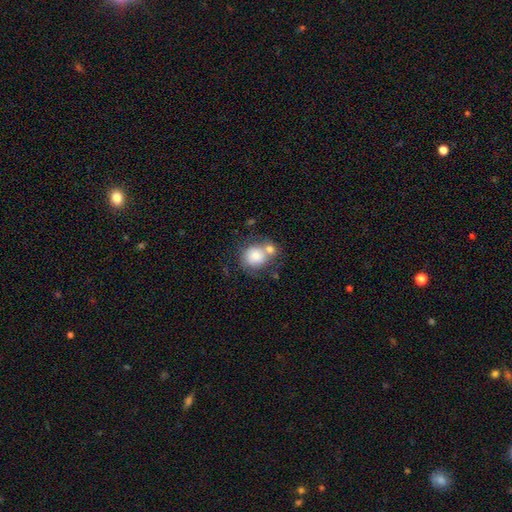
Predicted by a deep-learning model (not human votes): Overall: smooth (72%). How rounded: round (78%). Merging: merger (42%; none 36%).